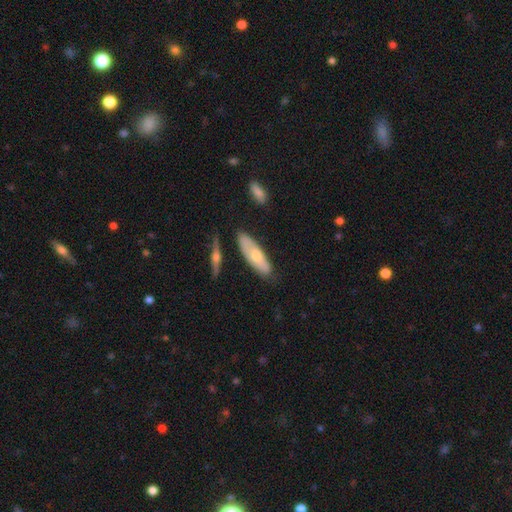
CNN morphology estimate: A smooth galaxy with no disk features (54%) that is in between round and cigar-shaped (55%). Merging: none (72%).